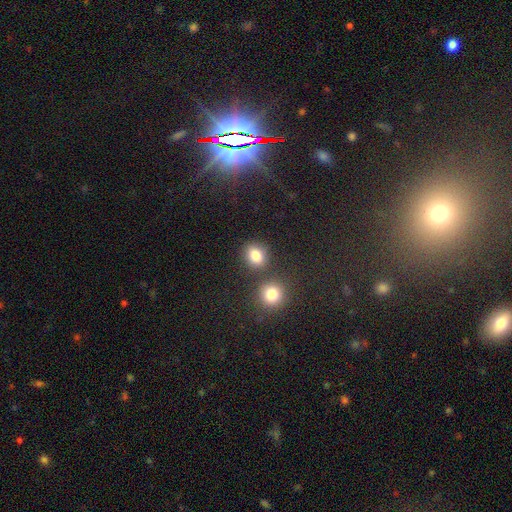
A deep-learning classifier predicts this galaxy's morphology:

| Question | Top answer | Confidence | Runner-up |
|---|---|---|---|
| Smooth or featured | smooth | 81% | star or artifact (12%) |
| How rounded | round | 66% | in between (33%) |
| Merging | none | 72% | merger (15%) |